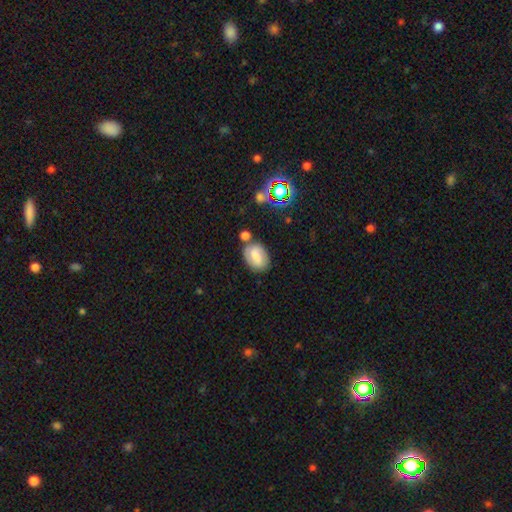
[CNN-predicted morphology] Smooth or featured: smooth — 61% (featured or disk — 29%)
How rounded: in between — 81% (round — 17%)
Merging: none — 63% (minor disturbance — 18%)